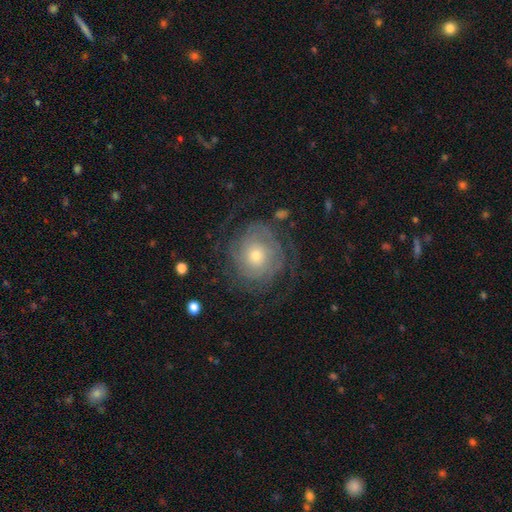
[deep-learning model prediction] smooth_or_featured: featured or disk (p=0.76) [alt: smooth p=0.17]
disk_edge_on: no (p=0.97) [alt: yes p=0.03]
bar: no (p=0.82) [alt: weak p=0.15]
has_spiral_arms: yes (p=0.89) [alt: no p=0.11]
spiral_winding: tight (p=0.68) [alt: medium p=0.23]
spiral_arm_count: can't tell (p=0.41) [alt: 2 p=0.24]
bulge_size: small (p=0.53) [alt: moderate p=0.41]
merging: none (p=0.69) [alt: minor disturbance p=0.15]